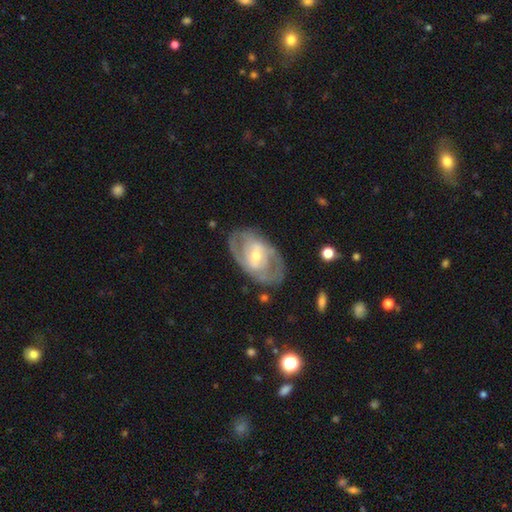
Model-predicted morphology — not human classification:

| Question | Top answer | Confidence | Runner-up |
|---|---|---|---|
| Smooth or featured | featured or disk | 79% | smooth (16%) |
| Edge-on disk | no | 95% | yes (5%) |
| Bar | weak | 44% | no (33%) |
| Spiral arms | yes | 77% | no (23%) |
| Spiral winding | tight | 45% | medium (41%) |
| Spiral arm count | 2 | 60% | can't tell (25%) |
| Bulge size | moderate | 49% | small (45%) |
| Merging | none | 73% | minor disturbance (16%) |